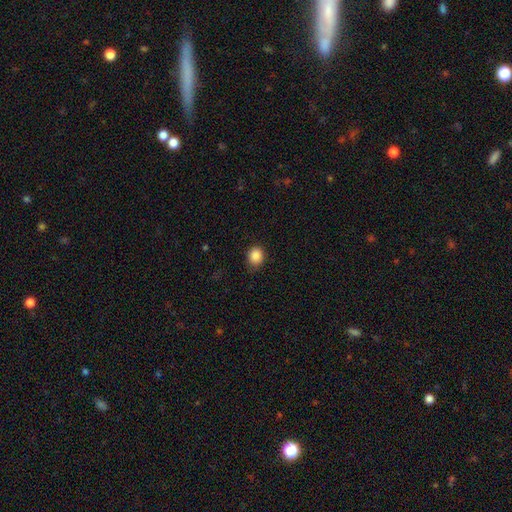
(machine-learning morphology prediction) Smooth or featured?
  - smooth: 87% *
  - star or artifact: 10%
  - featured or disk: 3%
How rounded?
  - round: 69% *
  - in between: 30%
  - cigar-shaped: 1%
Merging?
  - none: 80% *
  - minor disturbance: 16%
  - major disturbance: 3%
  - merger: 1%